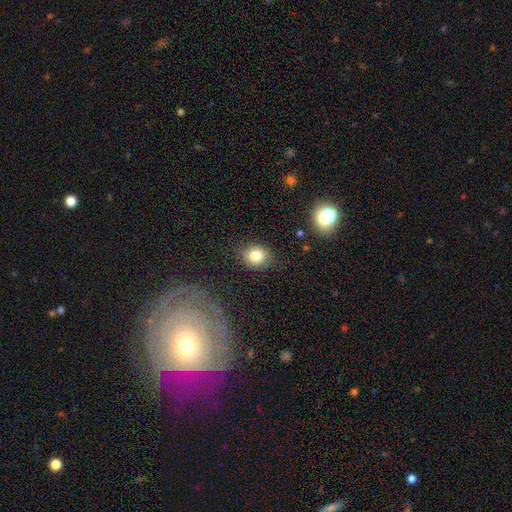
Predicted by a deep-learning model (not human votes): This is clearly a smooth galaxy (82%). How rounded: likely round (65%). Merging: clearly none (84%).